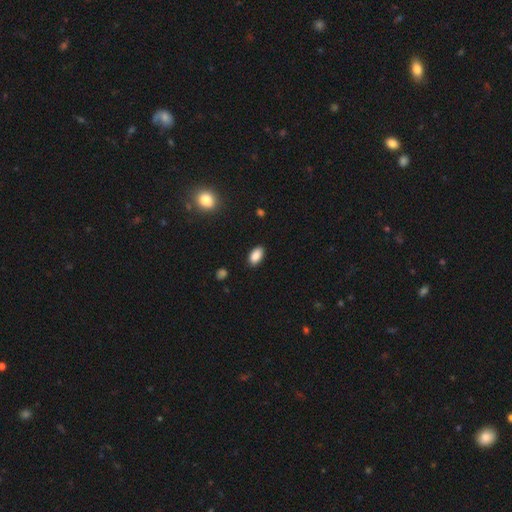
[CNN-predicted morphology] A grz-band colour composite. It shows a smooth galaxy with no disk features (87%) that is in between round and cigar-shaped (93%). Merging: none (87%).